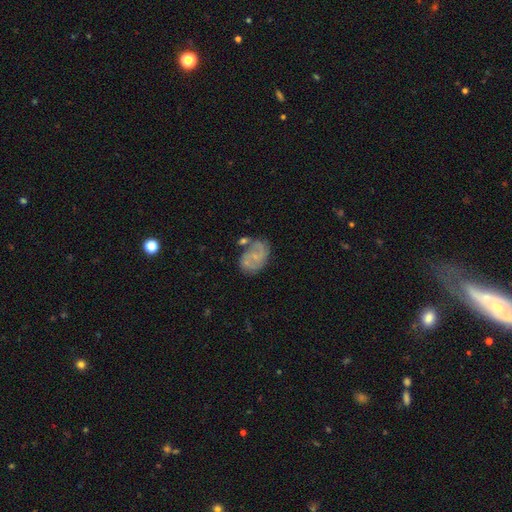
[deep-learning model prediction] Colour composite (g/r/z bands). It shows a featured or disk galaxy (62%) with no bar (66%), spiral arms (77%) and a small central bulge (67%). Merging: none (45%).